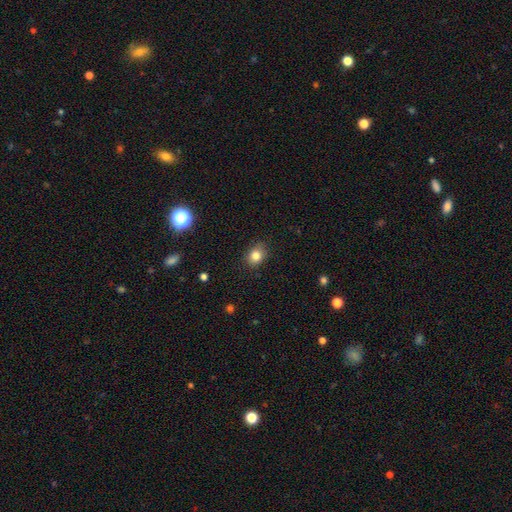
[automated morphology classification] type=smooth (82%); roundness=round (52%); merging=none (85%).